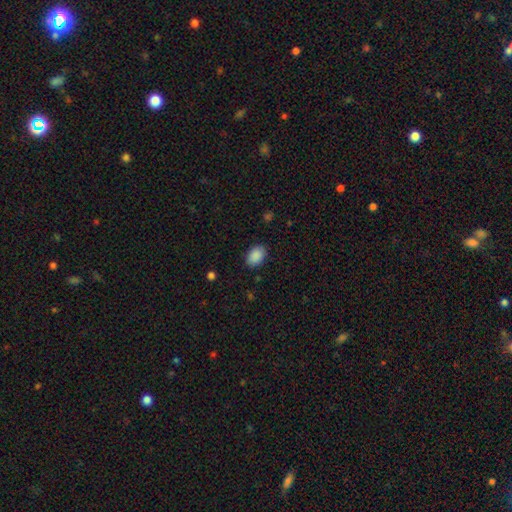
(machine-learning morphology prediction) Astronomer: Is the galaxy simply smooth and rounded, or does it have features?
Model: smooth — 89%.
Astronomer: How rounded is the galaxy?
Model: in between — 85%.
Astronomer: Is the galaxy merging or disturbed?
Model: none — 87%.